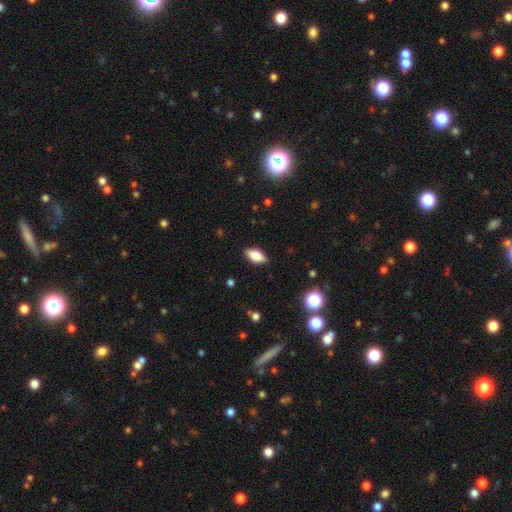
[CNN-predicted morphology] Overall: smooth (70%). How rounded: in between (84%). Merging: none (87%).